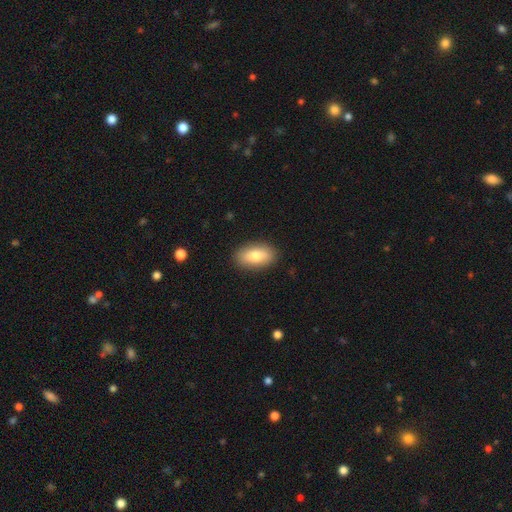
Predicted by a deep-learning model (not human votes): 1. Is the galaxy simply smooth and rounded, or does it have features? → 78% smooth, 16% featured or disk, 7% star or artifact.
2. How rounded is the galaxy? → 92% in between, 5% round, 3% cigar-shaped.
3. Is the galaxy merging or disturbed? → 89% none, 8% minor disturbance, 2% major disturbance, 1% merger.